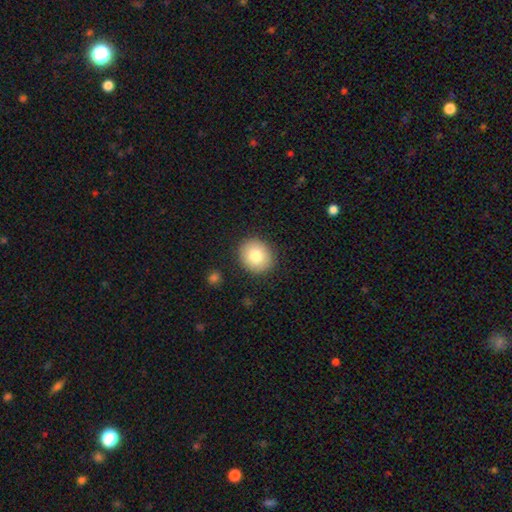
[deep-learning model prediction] smooth-or-featured: smooth: 81% | featured or disk: 11% | star or artifact: 8%
  how-rounded: round: 78% | in between: 21% | cigar-shaped: 1%
  merging: none: 89% | minor disturbance: 8% | major disturbance: 2% | merger: 1%